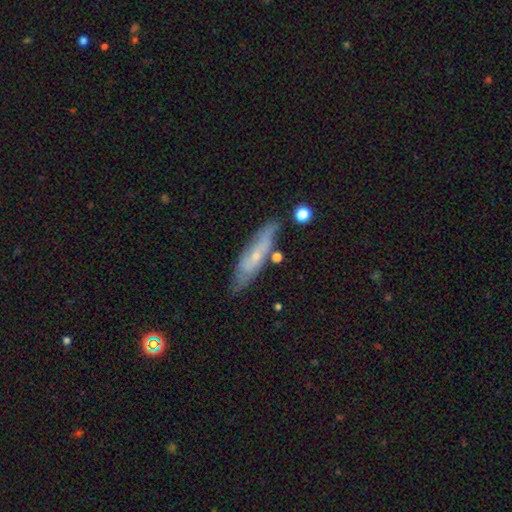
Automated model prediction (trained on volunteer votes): Smooth or featured? Predicted: featured or disk (p=0.55). Edge-on disk? Predicted: no (p=0.50, tied with yes). Merging? Predicted: none (p=0.69).